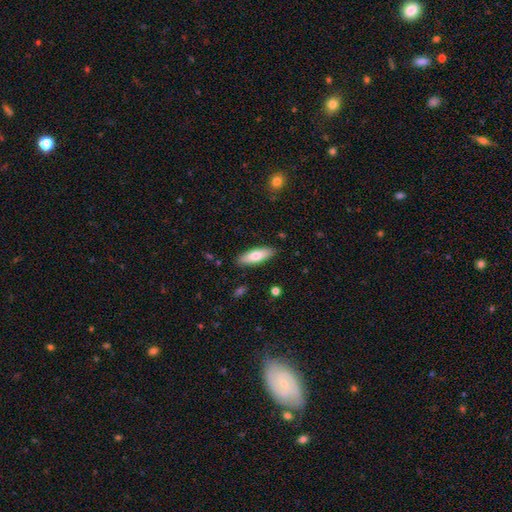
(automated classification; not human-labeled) A smooth galaxy with no disk features (73%) that is in between round and cigar-shaped (53%).

Vote fractions:
- Smooth or featured? smooth: 73% / featured or disk: 21% / star or artifact: 6%
- How rounded? in between: 53% / cigar-shaped: 45% / round: 2%
- Merging? none: 88% / minor disturbance: 9% / major disturbance: 2% / merger: 1%